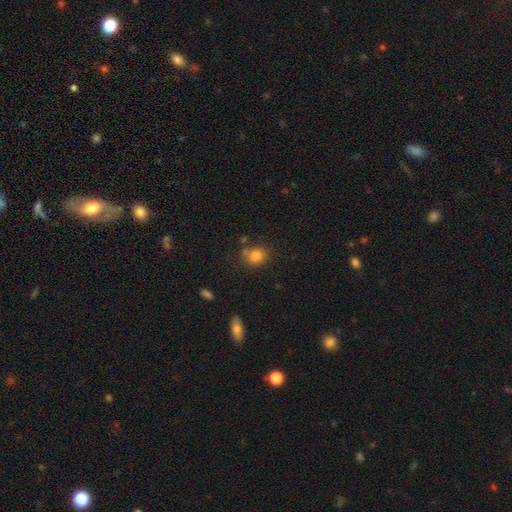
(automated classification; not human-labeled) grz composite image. It shows a smooth galaxy with no disk features (81%) that is round (57%). Merging: none (69%).